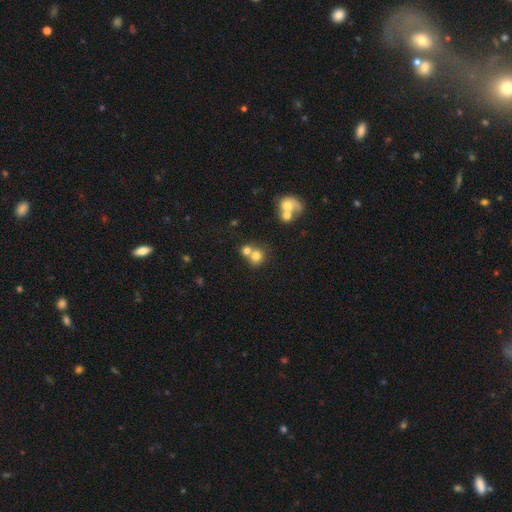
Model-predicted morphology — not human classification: This appears to be a smooth galaxy with no disk features (74%) that is round (84%). Merging: merger (48%).